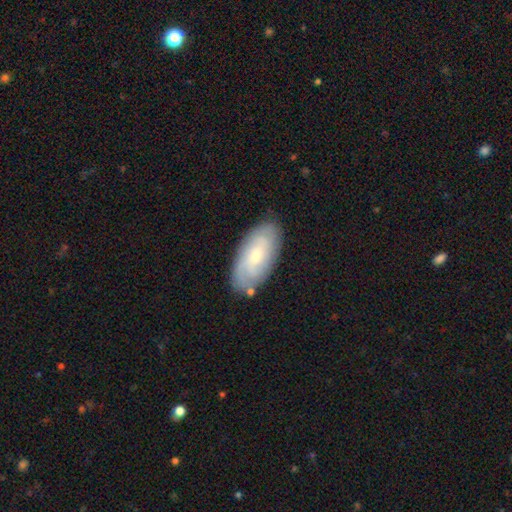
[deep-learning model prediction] The model was most divided on "smooth or featured": featured or disk: 55%, smooth: 39%, star or artifact: 6%. More confident: edge-on disk — no (92%); merging — none (79%).